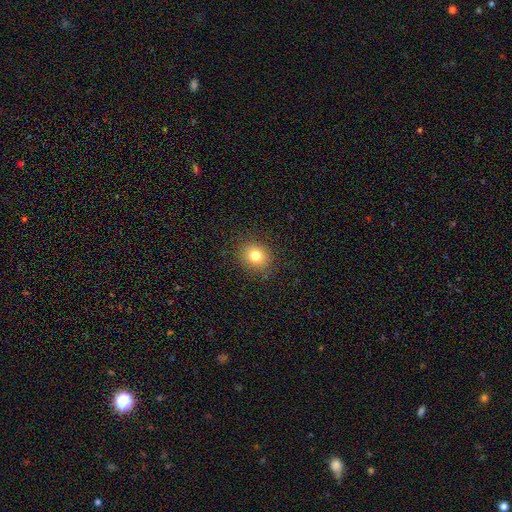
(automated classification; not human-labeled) Smooth or featured?
  - smooth: 79% *
  - star or artifact: 13%
  - featured or disk: 9%
How rounded?
  - round: 68% *
  - in between: 31%
  - cigar-shaped: 1%
Merging?
  - none: 88% *
  - minor disturbance: 8%
  - major disturbance: 3%
  - merger: 1%